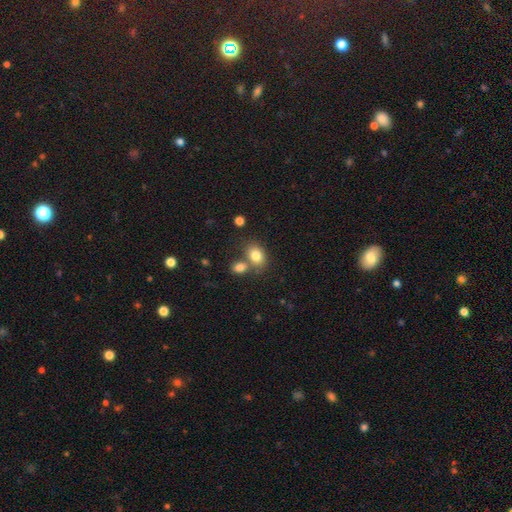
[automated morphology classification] type=smooth (81%); roundness=in between (67%); merging=none (52%).